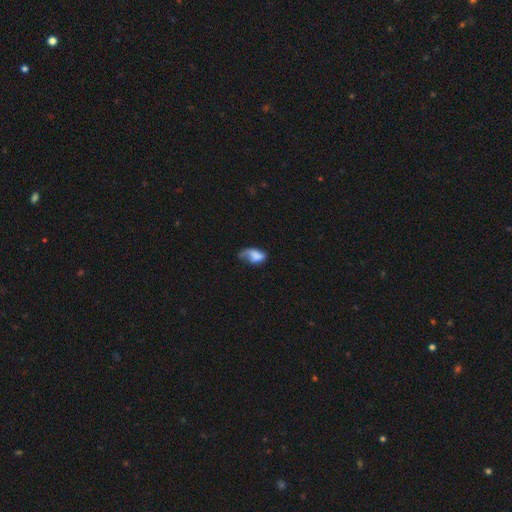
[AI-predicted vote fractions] This is likely a smooth galaxy (63%). How rounded: clearly in between (87%). Merging: marginally major disturbance (38%).